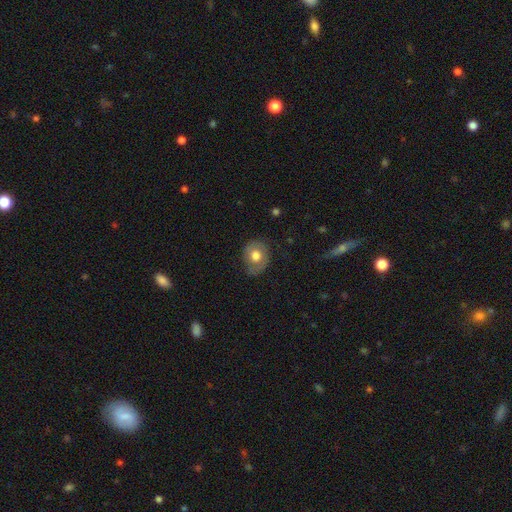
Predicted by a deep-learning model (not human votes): smooth 67%, featured or disk 25%, star or artifact 8%. Down the decision tree: how rounded — round (58%); merging — none (71%).